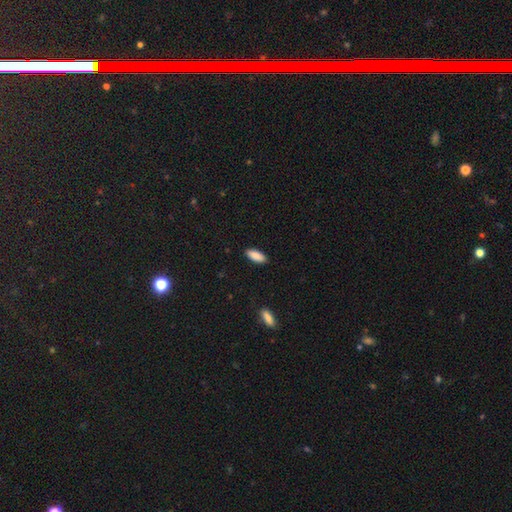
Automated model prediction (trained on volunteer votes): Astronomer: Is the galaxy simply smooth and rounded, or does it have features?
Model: smooth — 90%.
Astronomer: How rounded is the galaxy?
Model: in between — 80%.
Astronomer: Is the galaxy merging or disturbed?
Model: none — 89%.